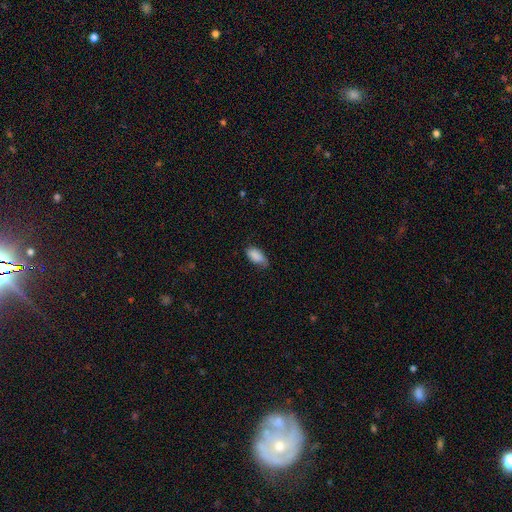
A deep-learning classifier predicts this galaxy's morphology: A smooth galaxy with no disk features (87%) that is in between round and cigar-shaped (93%). Merging: none (59%).